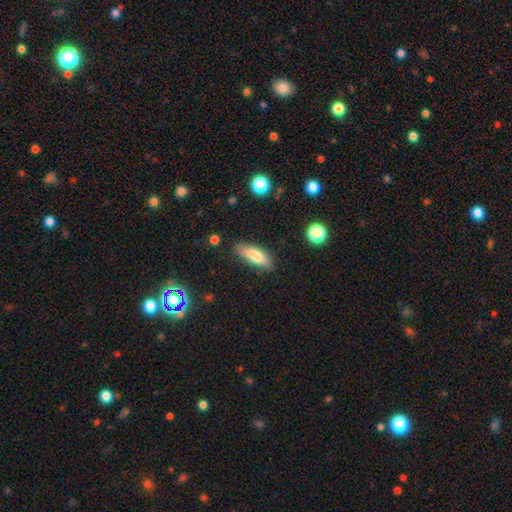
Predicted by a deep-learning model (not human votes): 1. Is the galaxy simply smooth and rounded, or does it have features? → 77% smooth, 16% featured or disk, 7% star or artifact.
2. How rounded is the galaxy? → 66% in between, 32% cigar-shaped, 2% round.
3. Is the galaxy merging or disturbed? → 74% none, 18% minor disturbance, 4% major disturbance, 3% merger.